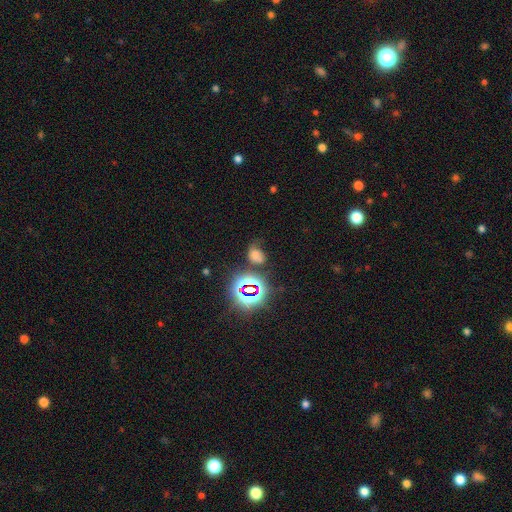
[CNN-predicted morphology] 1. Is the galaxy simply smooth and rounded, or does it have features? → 51% smooth, 35% star or artifact, 14% featured or disk.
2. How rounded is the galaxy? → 62% in between, 37% round, 1% cigar-shaped.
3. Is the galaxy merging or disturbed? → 43% none, 26% minor disturbance, 19% major disturbance, 12% merger.